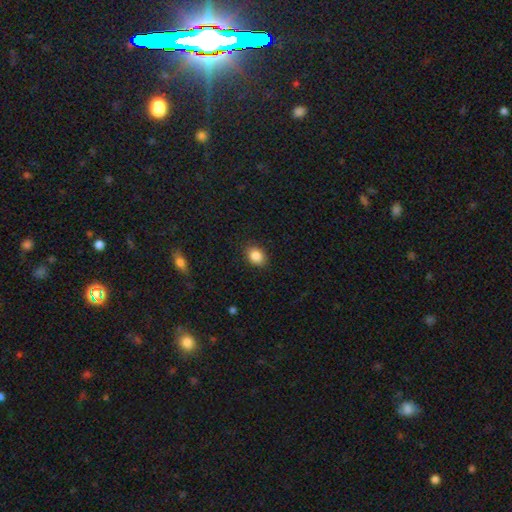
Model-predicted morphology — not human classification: The model was most divided on "how rounded": in between: 62%, round: 37%, cigar-shaped: 1%. More confident: merging — none (87%); smooth or featured — smooth (86%).